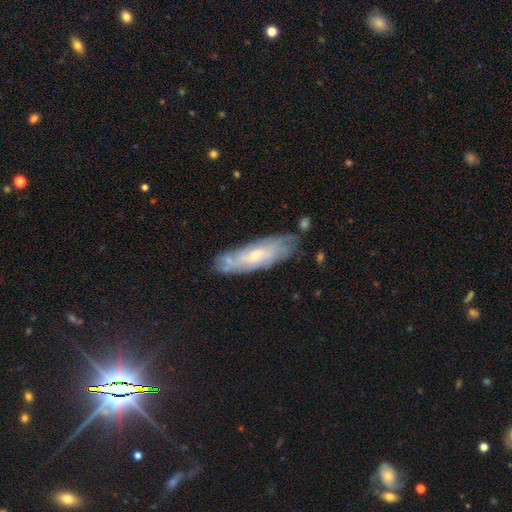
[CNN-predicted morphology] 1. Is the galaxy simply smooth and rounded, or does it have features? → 61% featured or disk, 32% smooth, 6% star or artifact.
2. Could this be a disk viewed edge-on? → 74% no, 26% yes.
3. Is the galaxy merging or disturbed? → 71% none, 19% minor disturbance, 5% merger, 5% major disturbance.